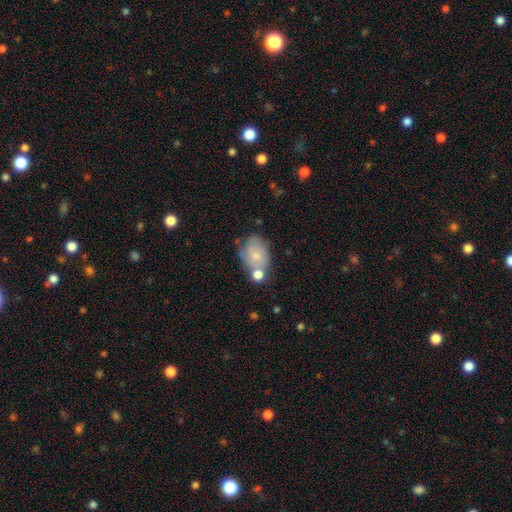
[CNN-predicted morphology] Smooth or featured?
  - smooth: 68% *
  - featured or disk: 24%
  - star or artifact: 8%
How rounded?
  - in between: 73% *
  - round: 25%
  - cigar-shaped: 1%
Merging?
  - none: 48% *
  - minor disturbance: 23%
  - merger: 22%
  - major disturbance: 8%